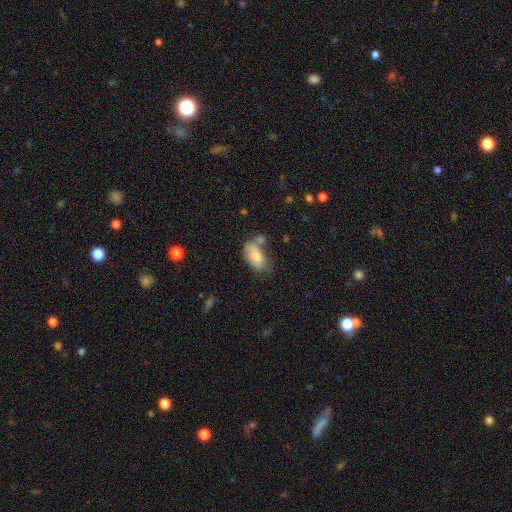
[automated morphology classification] Smooth or featured? Predicted: smooth (p=0.76). How rounded? Predicted: in between (p=0.92). Merging? Predicted: none (p=0.36).